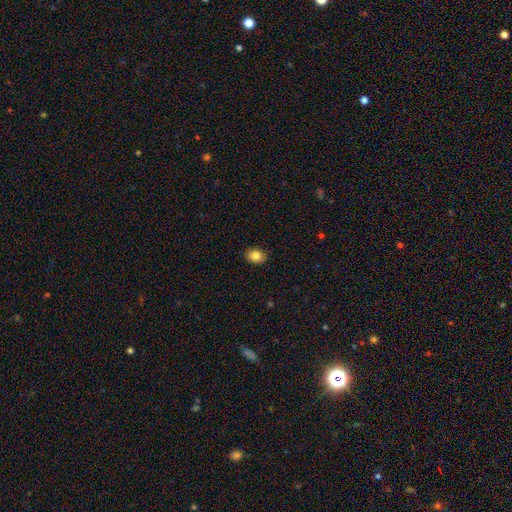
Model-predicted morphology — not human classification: Overall: smooth (84%). How rounded: in between (62%; round 37%). Merging: none (90%).